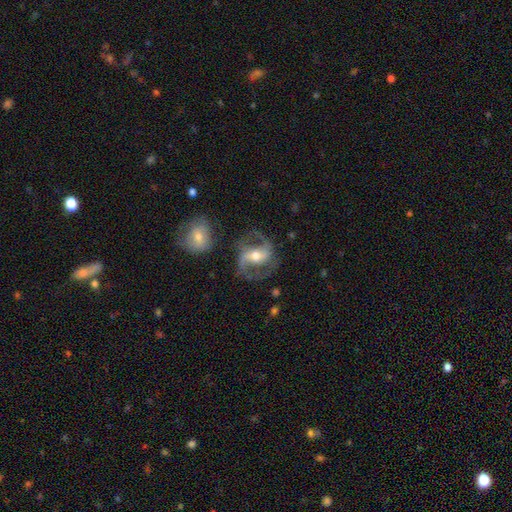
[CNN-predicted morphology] smooth_or_featured: featured or disk (p=0.86) [alt: smooth p=0.09]
disk_edge_on: no (p=0.97) [alt: yes p=0.03]
bar: strong (p=0.41) [alt: weak p=0.37]
has_spiral_arms: yes (p=0.94) [alt: no p=0.06]
spiral_winding: medium (p=0.53) [alt: loose p=0.35]
spiral_arm_count: 2 (p=0.90) [alt: can't tell p=0.03]
bulge_size: moderate (p=0.68) [alt: small p=0.24]
merging: none (p=0.68) [alt: minor disturbance p=0.16]